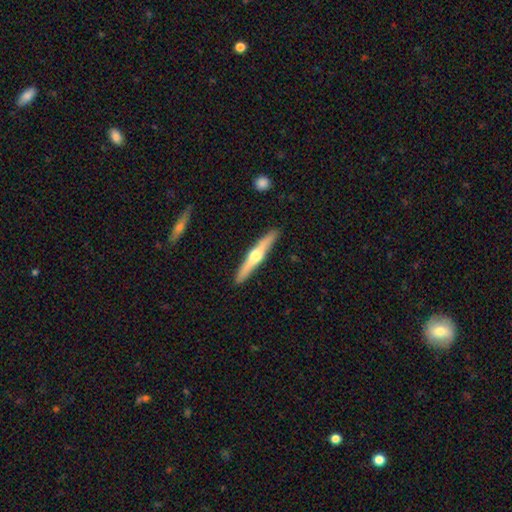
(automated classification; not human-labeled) The model was most divided on "smooth or featured": featured or disk: 66%, smooth: 29%, star or artifact: 5%. More confident: edge-on disk — yes (97%); edge-on bulge — rounded (94%); merging — none (91%).